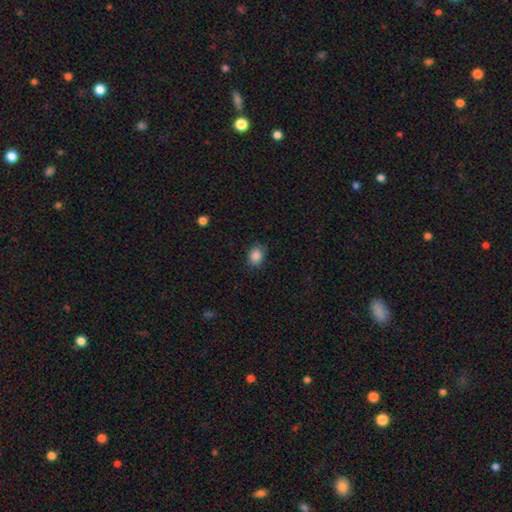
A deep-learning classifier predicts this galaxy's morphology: Smooth or featured: smooth — 87% (star or artifact — 9%)
How rounded: in between — 61% (round — 38%)
Merging: none — 80% (minor disturbance — 15%)